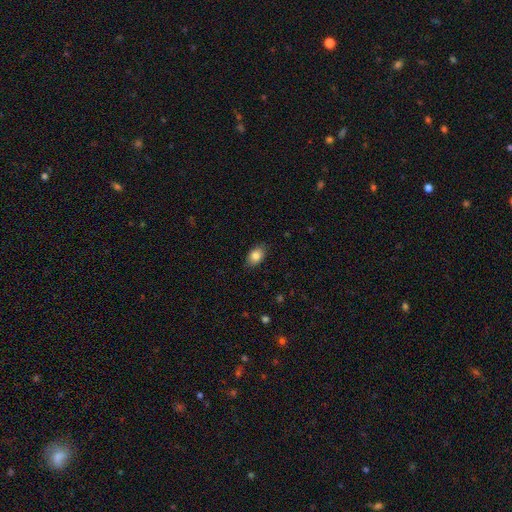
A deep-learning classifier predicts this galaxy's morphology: smooth 84%, featured or disk 8%, star or artifact 8%. Down the decision tree: how rounded — in between (86%); merging — none (84%).